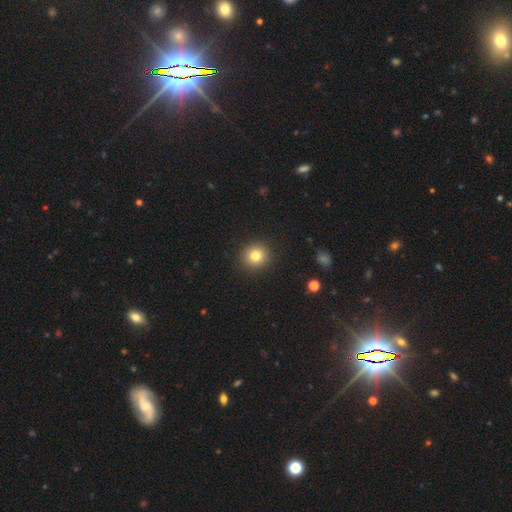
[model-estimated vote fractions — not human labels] Q: Smooth or featured?
A: smooth (81%); runner-up: star or artifact (11%)
Q: How rounded?
A: round (87%); runner-up: in between (12%)
Q: Merging?
A: none (91%); runner-up: minor disturbance (6%)